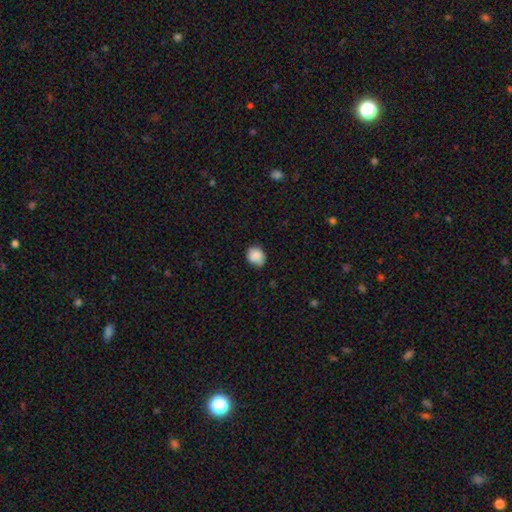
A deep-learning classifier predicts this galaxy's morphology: smooth-or-featured: smooth: 85% | star or artifact: 8% | featured or disk: 6%
  how-rounded: round: 57% | in between: 42% | cigar-shaped: 1%
  merging: none: 71% | minor disturbance: 24% | major disturbance: 4% | merger: 2%